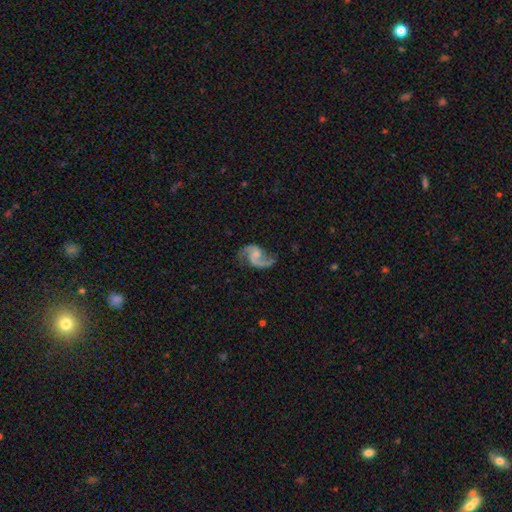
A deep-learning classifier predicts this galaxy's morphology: Smooth or featured?
  - featured or disk: 91% *
  - smooth: 5%
  - star or artifact: 4%
Edge-on disk?
  - no: 98% *
  - yes: 2%
Bar?
  - no: 52% *
  - weak: 40%
  - strong: 8%
Spiral arms?
  - yes: 98% *
  - no: 2%
Spiral winding?
  - loose: 46% * (tied)
  - medium: 46% * (tied)
  - tight: 8%
Spiral arm count?
  - 2: 92% *
  - 1: 3%
  - can't tell: 1%
  - 3: 1%
  - 4: 1%
  - more than 4: 1%
Bulge size?
  - small: 37% *
  - none: 34%
  - moderate: 24%
  - large: 4%
  - dominant: 1%
Merging?
  - none: 72% *
  - minor disturbance: 17%
  - major disturbance: 9%
  - merger: 2%